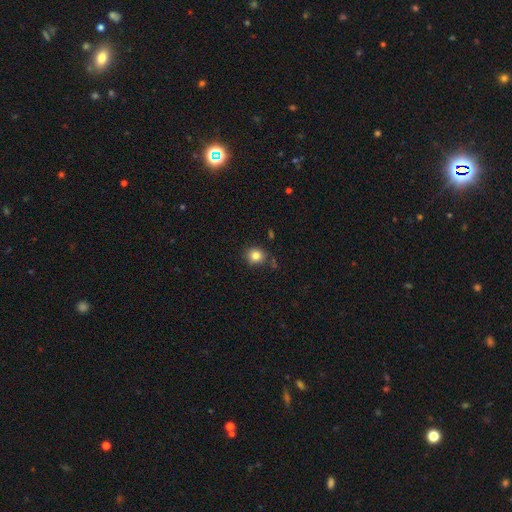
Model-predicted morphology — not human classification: Overall: smooth (83%). How rounded: round (83%). Merging: none (81%).